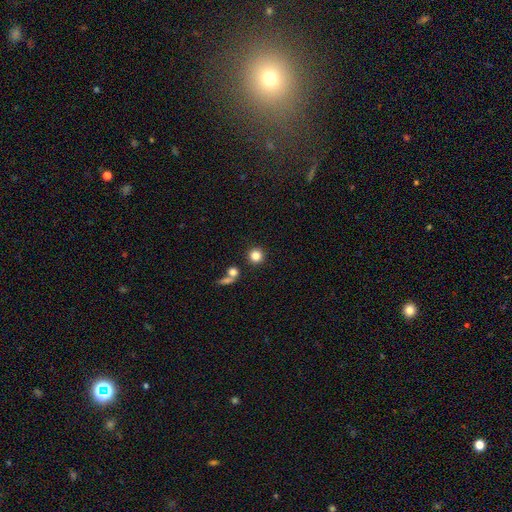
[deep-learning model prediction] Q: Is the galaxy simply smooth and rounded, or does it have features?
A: smooth — 82%.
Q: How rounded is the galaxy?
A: round — 94%.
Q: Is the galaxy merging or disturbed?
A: none — 83%.